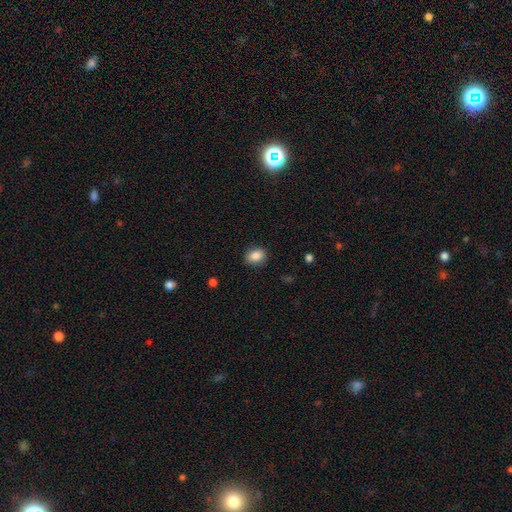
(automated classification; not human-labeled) Smooth or featured? Predicted: smooth (p=0.87). How rounded? Predicted: in between (p=0.54). Merging? Predicted: none (p=0.87).